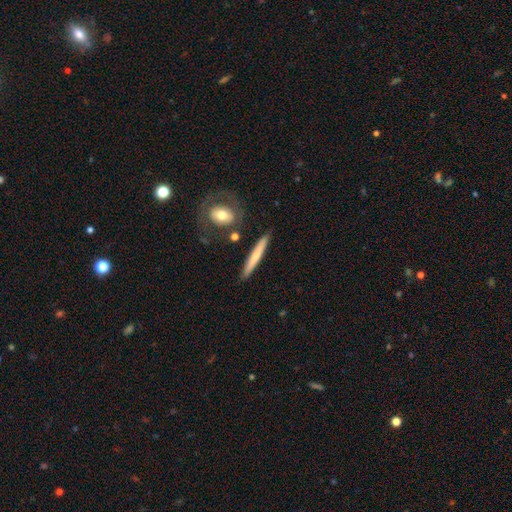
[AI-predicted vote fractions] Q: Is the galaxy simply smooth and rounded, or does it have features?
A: smooth — 59%.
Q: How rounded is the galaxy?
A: cigar-shaped — 93%.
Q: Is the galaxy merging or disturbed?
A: none — 86%.